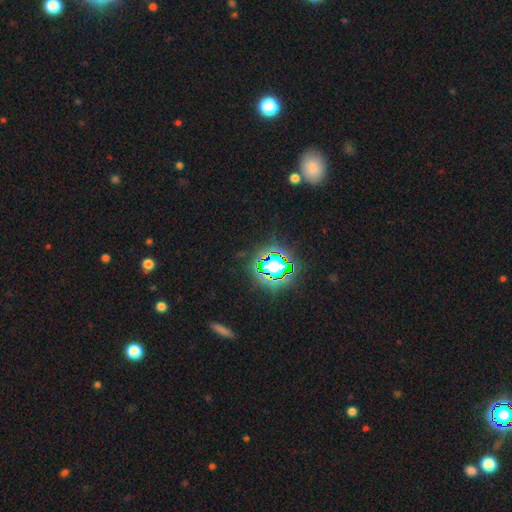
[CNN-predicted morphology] type=star or artifact (80%).